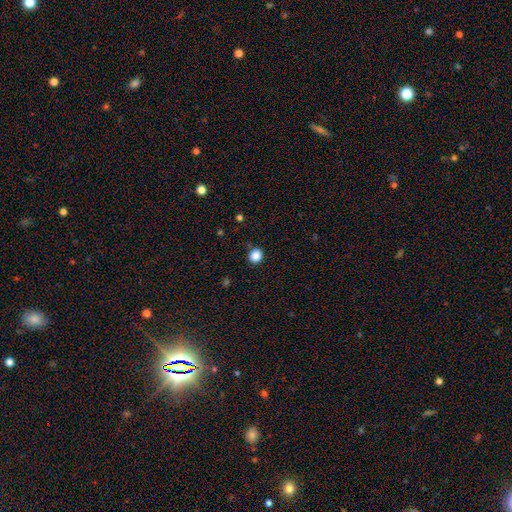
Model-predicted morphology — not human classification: smooth-or-featured: smooth: 86% | star or artifact: 11% | featured or disk: 3%
  how-rounded: round: 85% | in between: 14% | cigar-shaped: 1%
  merging: none: 88% | minor disturbance: 8% | major disturbance: 2% | merger: 1%